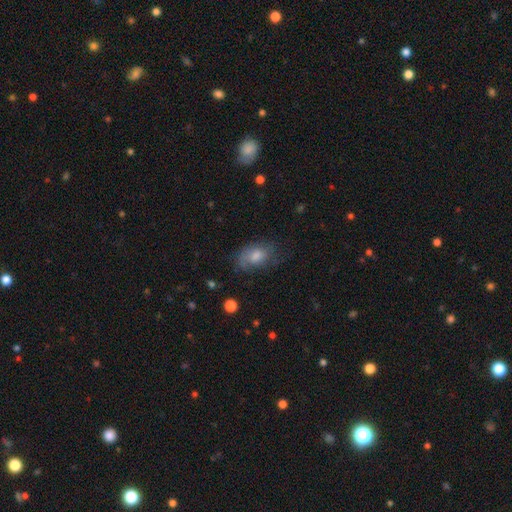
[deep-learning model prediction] A smooth galaxy with no disk features (48%). Merging: none (63%).